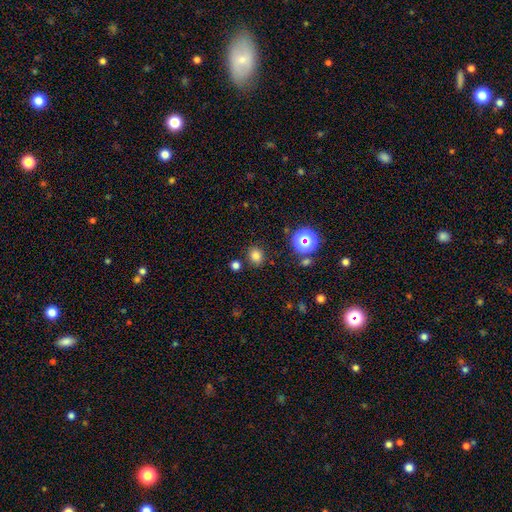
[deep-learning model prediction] smooth-or-featured: smooth: 76% | star or artifact: 18% | featured or disk: 6%
  how-rounded: round: 75% | in between: 24% | cigar-shaped: 1%
  merging: none: 84% | minor disturbance: 9% | merger: 4% | major disturbance: 3%